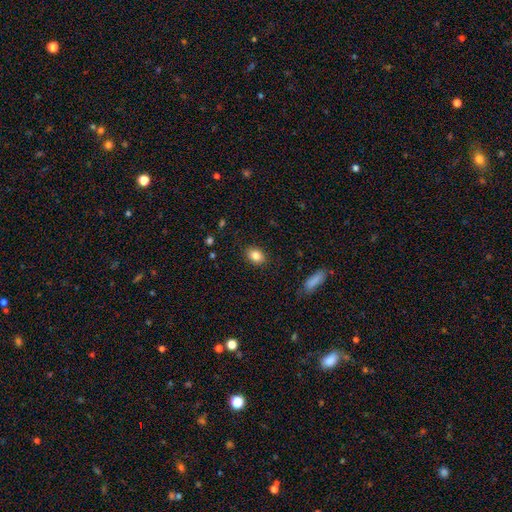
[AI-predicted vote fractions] The model was most divided on "how rounded": in between: 65%, round: 34%, cigar-shaped: 1%. More confident: merging — none (88%); smooth or featured — smooth (85%).